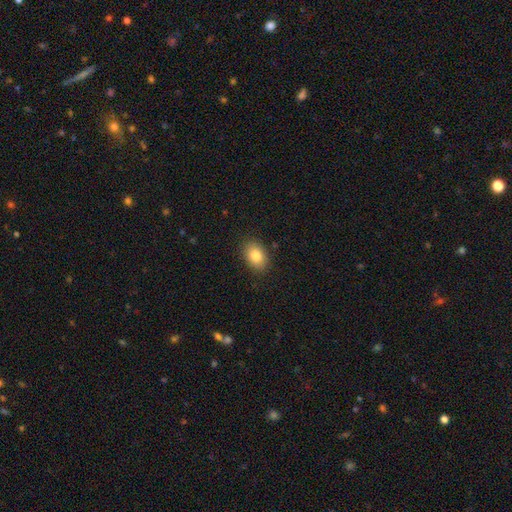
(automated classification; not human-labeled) A smooth galaxy with no disk features (84%) that is in between round and cigar-shaped (80%). Merging: none (88%).